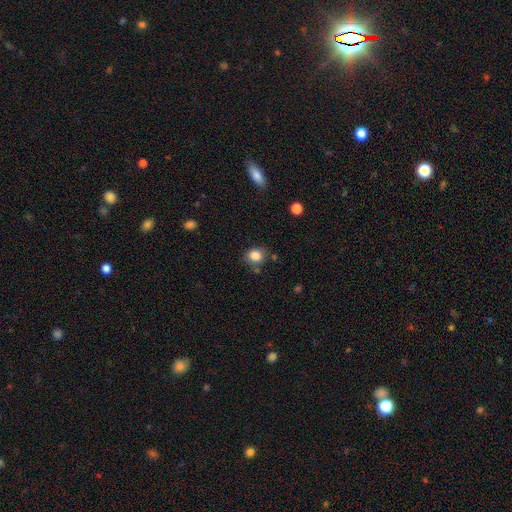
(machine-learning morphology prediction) A smooth galaxy with no disk features (85%) that is round (71%). Merging: none (75%).